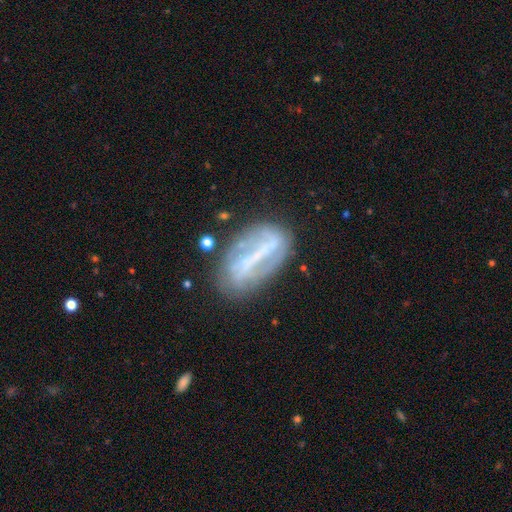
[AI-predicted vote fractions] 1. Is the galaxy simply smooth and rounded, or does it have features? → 70% featured or disk, 21% smooth, 9% star or artifact.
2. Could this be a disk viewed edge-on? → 90% no, 10% yes.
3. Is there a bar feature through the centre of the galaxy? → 68% strong, 20% weak, 13% no.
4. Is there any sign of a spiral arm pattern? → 51% yes, 49% no.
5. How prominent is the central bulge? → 47% none, 36% small, 13% moderate, 3% large, 1% dominant.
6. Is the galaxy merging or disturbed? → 61% none, 21% minor disturbance, 12% major disturbance, 6% merger.